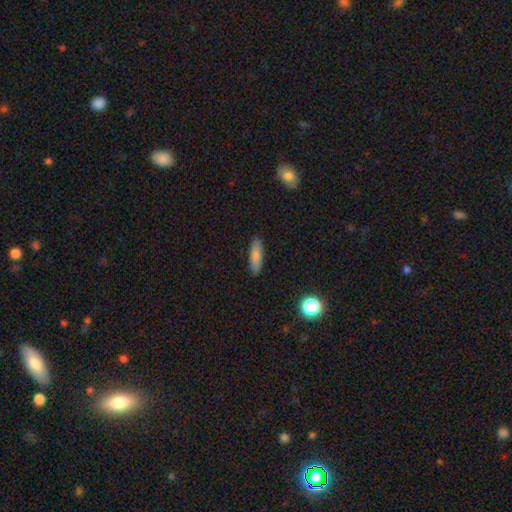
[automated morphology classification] Smooth or featured?
  - smooth: 82% *
  - featured or disk: 11%
  - star or artifact: 7%
How rounded?
  - cigar-shaped: 54% *
  - in between: 44%
  - round: 2%
Merging?
  - none: 88% *
  - minor disturbance: 9%
  - major disturbance: 2%
  - merger: 1%